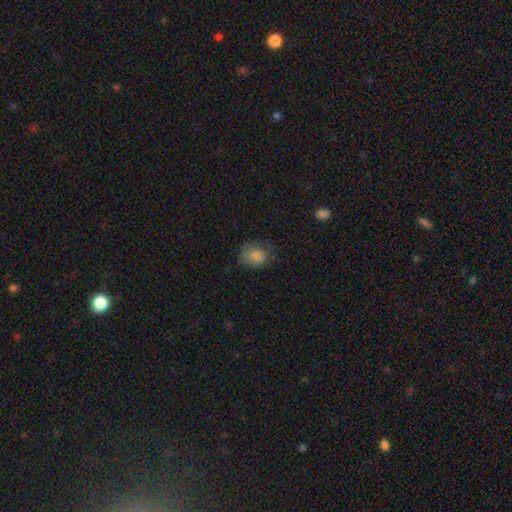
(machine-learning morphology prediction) Overall: smooth (79%). How rounded: round (58%; in between 41%). Merging: none (57%; minor disturbance 28%).